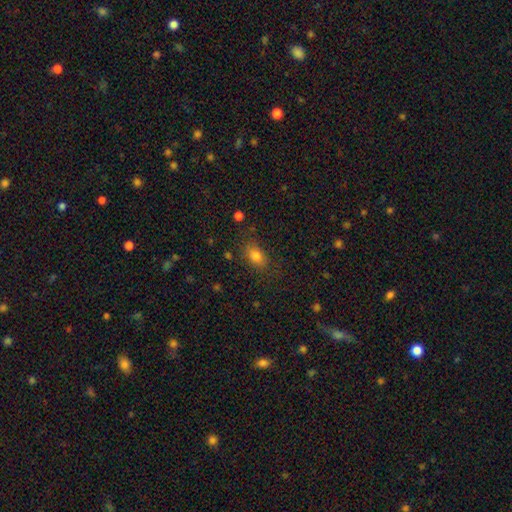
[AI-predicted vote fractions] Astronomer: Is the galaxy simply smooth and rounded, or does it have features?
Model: smooth — 81%.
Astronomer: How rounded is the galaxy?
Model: in between — 81%.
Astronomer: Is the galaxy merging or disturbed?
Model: none — 78%.